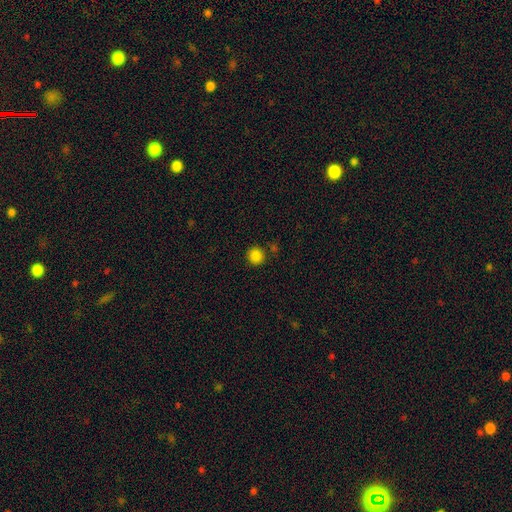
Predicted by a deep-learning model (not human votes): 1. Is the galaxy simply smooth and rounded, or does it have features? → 85% smooth, 12% star or artifact, 3% featured or disk.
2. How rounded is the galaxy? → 93% round, 7% in between, 1% cigar-shaped.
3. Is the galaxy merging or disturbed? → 86% none, 7% minor disturbance, 5% merger, 2% major disturbance.